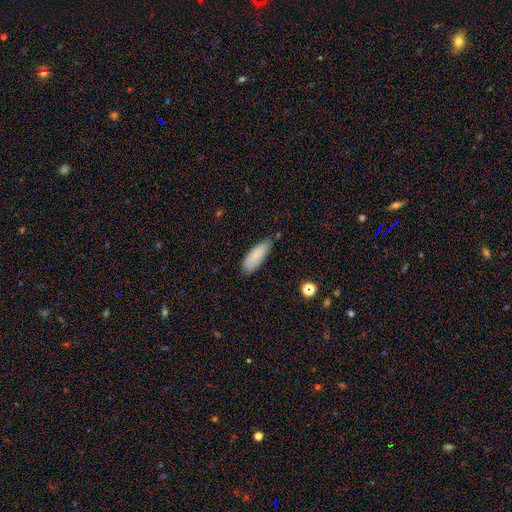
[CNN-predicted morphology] type=smooth (84%); roundness=in between (65%); merging=none (68%).